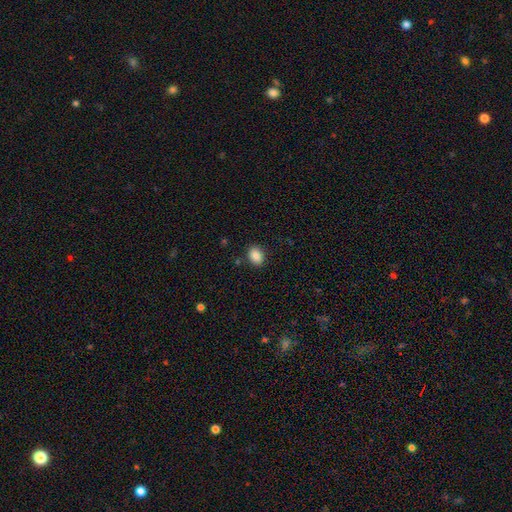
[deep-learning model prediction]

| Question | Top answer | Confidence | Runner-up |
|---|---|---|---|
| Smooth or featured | smooth | 88% | star or artifact (9%) |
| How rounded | in between | 71% | round (28%) |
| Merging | none | 87% | minor disturbance (9%) |